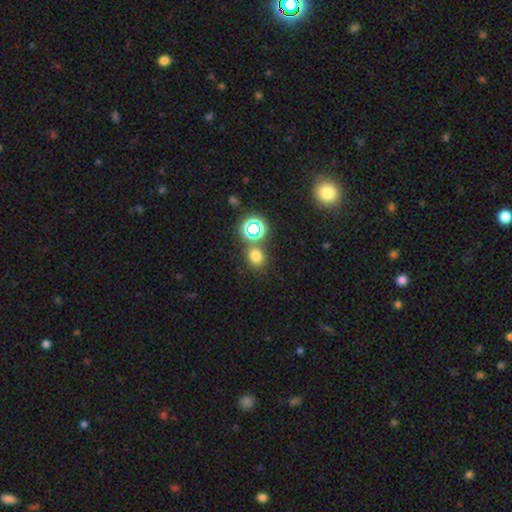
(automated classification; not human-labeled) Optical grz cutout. It shows a smooth galaxy with no disk features (68%) that is round (71%). Merging: none (74%).